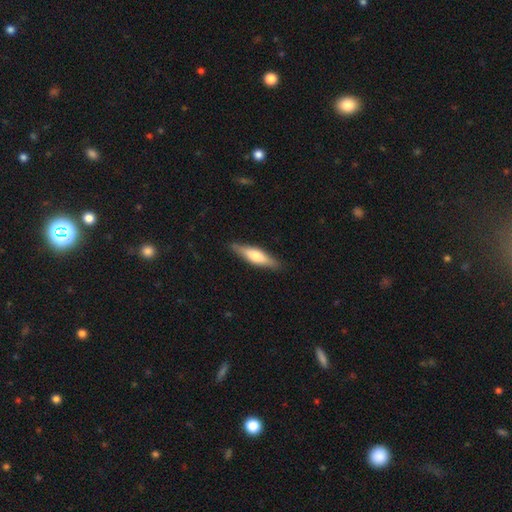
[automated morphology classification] smooth-or-featured: smooth: 51% | featured or disk: 44% | star or artifact: 5%
  how-rounded: cigar-shaped: 69% | in between: 30% | round: 2%
  merging: none: 87% | minor disturbance: 10% | major disturbance: 2% | merger: 1%